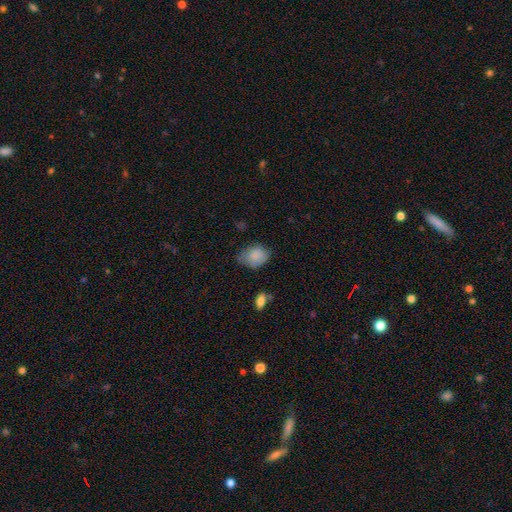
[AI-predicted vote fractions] This appears to be a smooth galaxy with no disk features (84%) that is in between round and cigar-shaped (66%). Merging: none (55%).